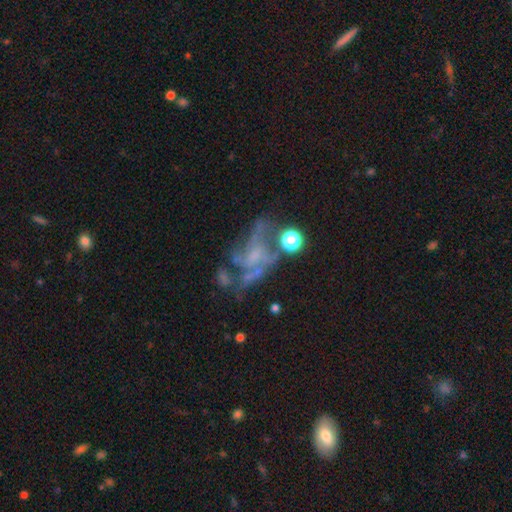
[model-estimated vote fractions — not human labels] Smooth or featured? Predicted: featured or disk (p=0.62). Edge-on disk? Predicted: no (p=0.96). Bar? Predicted: no (p=0.74). Spiral arms? Predicted: no (p=0.51). Bulge size? Predicted: none (p=0.53). Merging? Predicted: major disturbance (p=0.38).